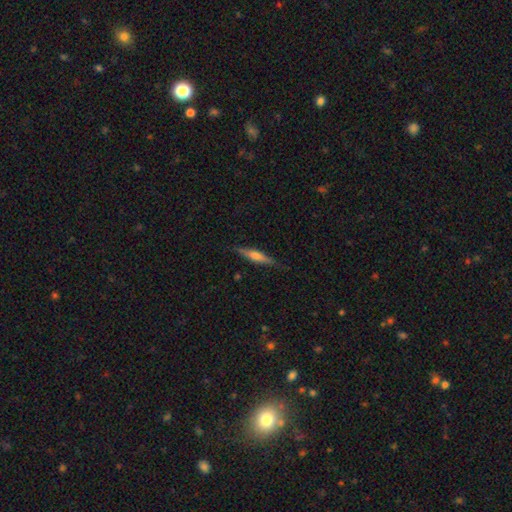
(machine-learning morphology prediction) featured or disk 54%, smooth 39%, star or artifact 6%. Down the decision tree: edge-on disk — yes (96%); edge-on bulge — rounded (77%); merging — none (87%).